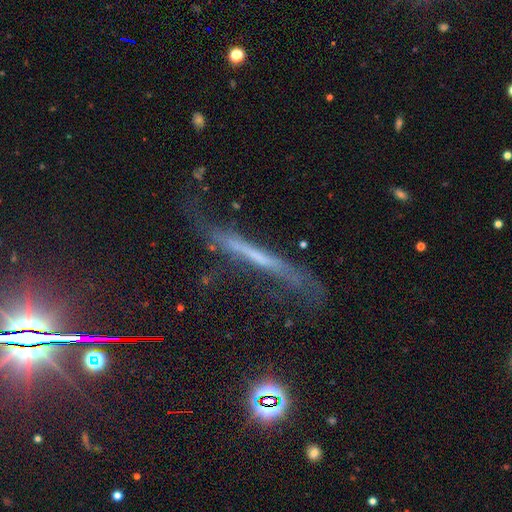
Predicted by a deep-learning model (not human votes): smooth_or_featured: featured or disk (p=0.59) [alt: smooth p=0.24]
disk_edge_on: yes (p=0.74) [alt: no p=0.26]
merging: none (p=0.48) [alt: minor disturbance p=0.26]